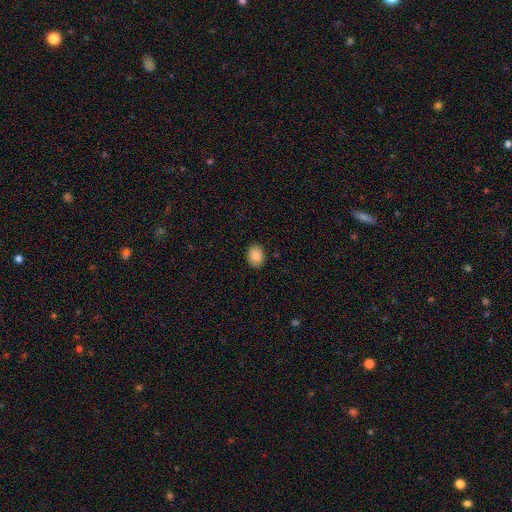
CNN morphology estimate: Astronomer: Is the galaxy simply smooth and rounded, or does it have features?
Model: smooth — 85%.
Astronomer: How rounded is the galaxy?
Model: in between — 53% (runner-up: round, 46%).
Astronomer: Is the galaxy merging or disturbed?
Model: none — 89%.